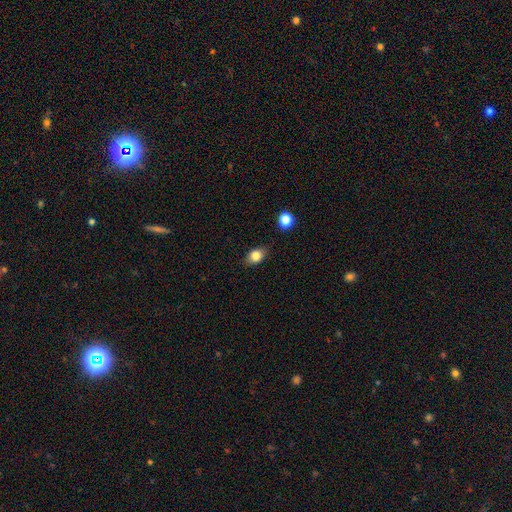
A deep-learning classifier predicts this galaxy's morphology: A smooth galaxy with no disk features (82%) that is in between round and cigar-shaped (69%). Merging: none (81%).